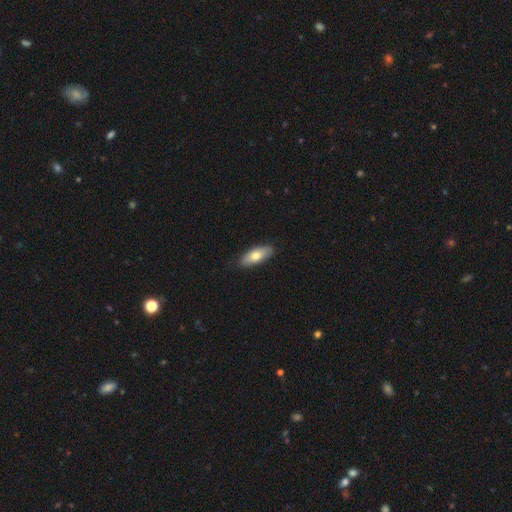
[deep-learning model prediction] smooth 69%, featured or disk 25%, star or artifact 6%. Down the decision tree: how rounded — in between (77%); merging — none (86%).